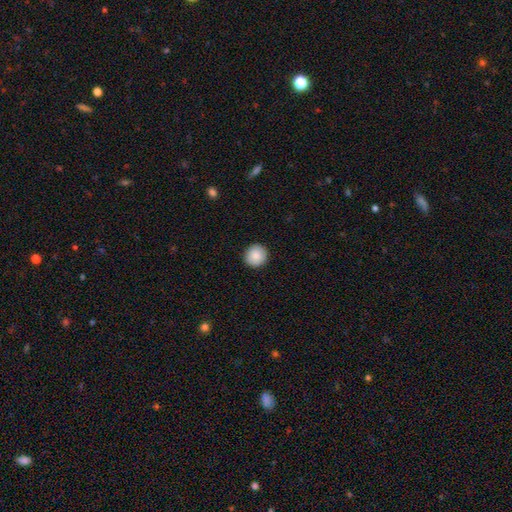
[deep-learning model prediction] The model was most divided on "smooth or featured": smooth: 87%, star or artifact: 8%, featured or disk: 5%. More confident: how rounded — round (93%); merging — none (91%).